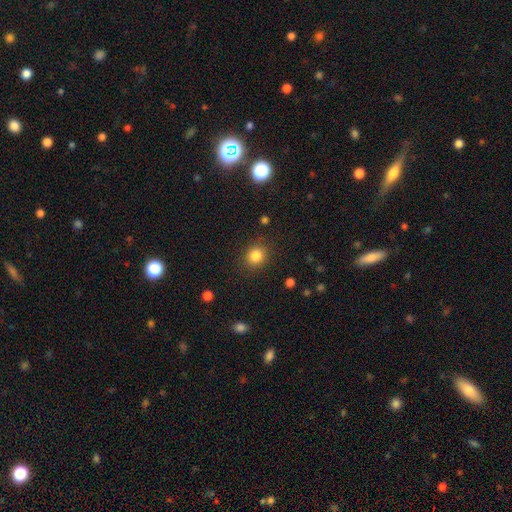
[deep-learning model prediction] Smooth or featured? smooth (84%)
How rounded? round (79%)
Merging? none (87%)